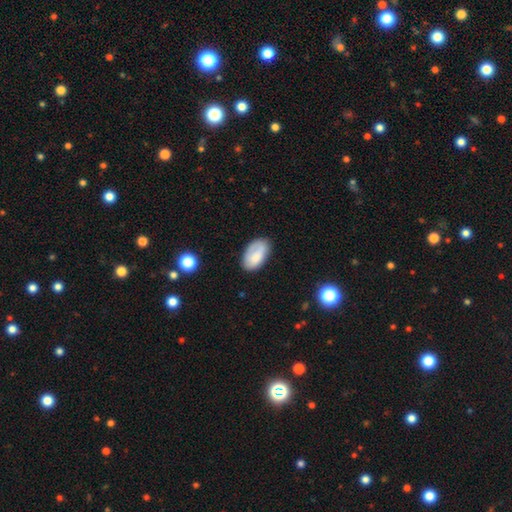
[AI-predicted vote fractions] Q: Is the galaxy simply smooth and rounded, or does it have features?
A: smooth — 76%.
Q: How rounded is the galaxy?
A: in between — 94%.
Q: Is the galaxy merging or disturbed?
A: none — 72%.